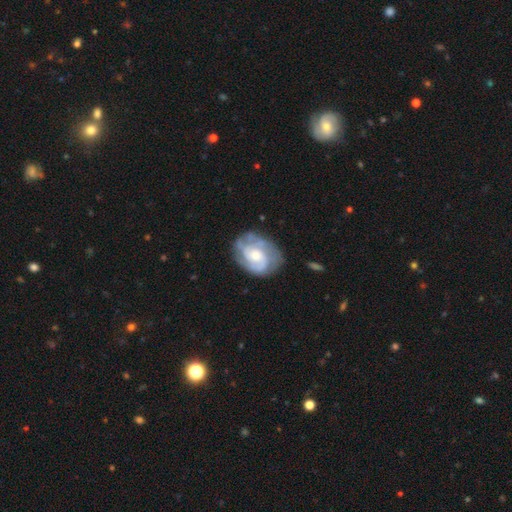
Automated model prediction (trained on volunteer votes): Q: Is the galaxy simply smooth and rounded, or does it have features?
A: featured or disk — 79%.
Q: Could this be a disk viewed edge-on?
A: no — 98%.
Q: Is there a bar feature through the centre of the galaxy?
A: no — 70%.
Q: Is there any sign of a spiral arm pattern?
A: yes — 91%.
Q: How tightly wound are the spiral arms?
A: tight — 49%.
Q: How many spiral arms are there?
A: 2 — 33%.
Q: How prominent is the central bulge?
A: moderate — 56%.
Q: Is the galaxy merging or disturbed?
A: none — 69%.